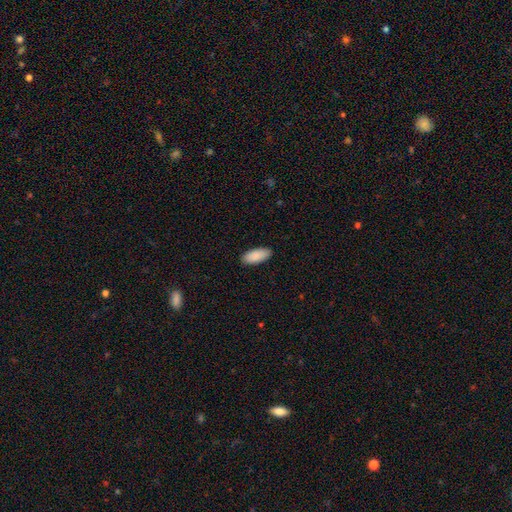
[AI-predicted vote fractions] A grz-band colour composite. It shows a smooth galaxy with no disk features (90%) that is in between round and cigar-shaped (90%). Merging: none (88%).